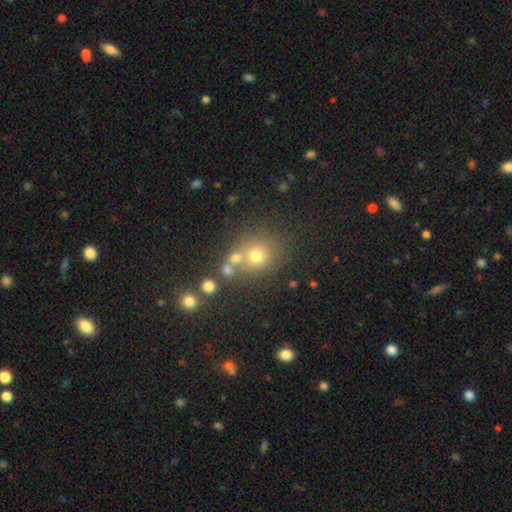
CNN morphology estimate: Smooth or featured?
  - smooth: 67% *
  - star or artifact: 20%
  - featured or disk: 14%
How rounded?
  - round: 81% *
  - in between: 18%
  - cigar-shaped: 1%
Merging?
  - none: 60% *
  - merger: 23%
  - minor disturbance: 11%
  - major disturbance: 5%